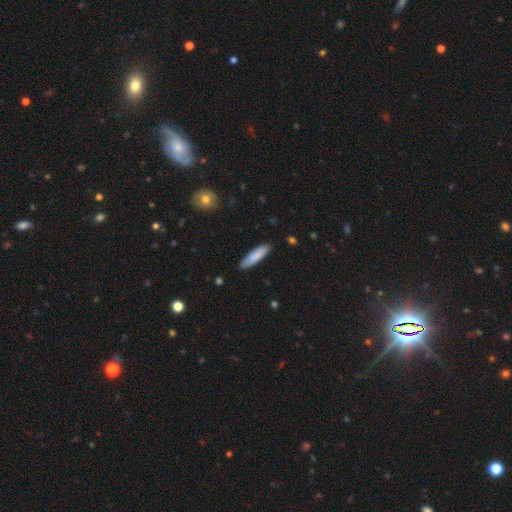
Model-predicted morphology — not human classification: Smooth or featured?
  - smooth: 82% *
  - featured or disk: 13%
  - star or artifact: 6%
How rounded?
  - cigar-shaped: 67% *
  - in between: 32%
  - round: 1%
Merging?
  - none: 85% *
  - minor disturbance: 12%
  - major disturbance: 2%
  - merger: 1%